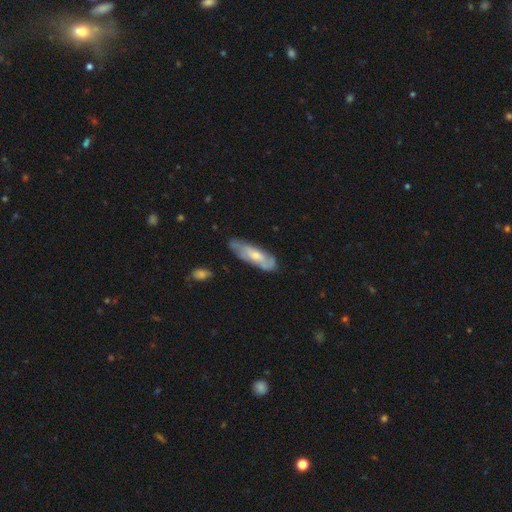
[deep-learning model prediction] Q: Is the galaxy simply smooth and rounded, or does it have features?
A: featured or disk — 52%.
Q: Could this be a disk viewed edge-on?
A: no — 74%.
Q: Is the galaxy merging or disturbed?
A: none — 67%.